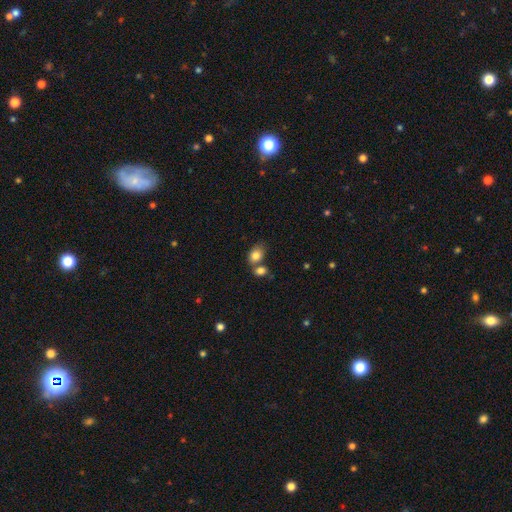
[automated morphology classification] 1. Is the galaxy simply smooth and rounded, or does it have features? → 82% smooth, 9% star or artifact, 9% featured or disk.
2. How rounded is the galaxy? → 70% in between, 29% round, 1% cigar-shaped.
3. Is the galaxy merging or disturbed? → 45% none, 39% merger, 12% minor disturbance, 4% major disturbance.